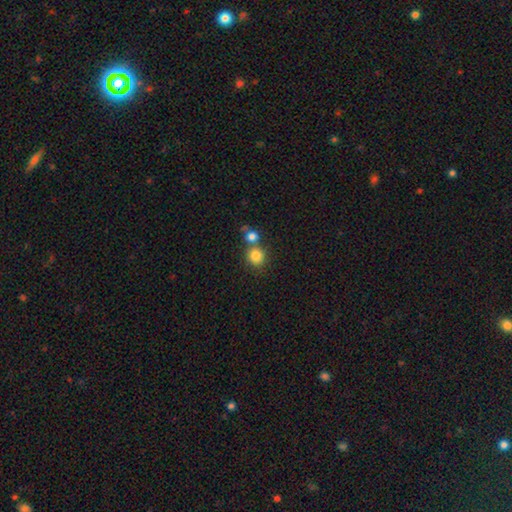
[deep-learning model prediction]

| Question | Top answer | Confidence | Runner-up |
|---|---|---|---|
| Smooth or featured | smooth | 82% | star or artifact (11%) |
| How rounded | round | 89% | in between (10%) |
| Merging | none | 59% | merger (30%) |